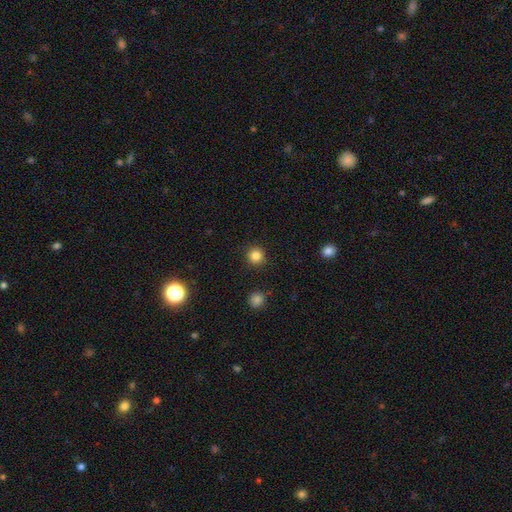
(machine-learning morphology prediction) This is clearly a smooth galaxy (83%). How rounded: clearly round (95%). Merging: clearly none (92%).